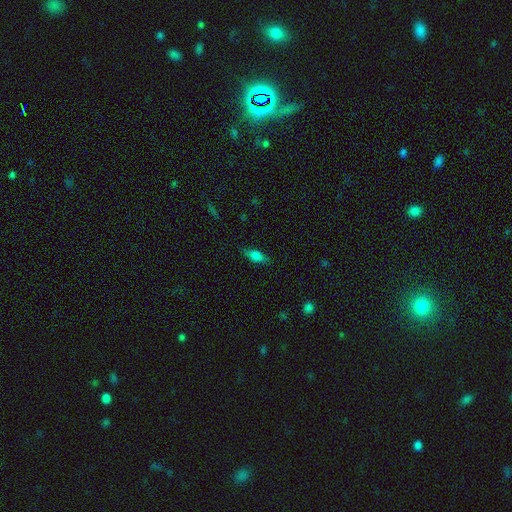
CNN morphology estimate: Q: Smooth or featured?
A: smooth (68%); runner-up: featured or disk (22%)
Q: How rounded?
A: in between (69%); runner-up: cigar-shaped (26%)
Q: Merging?
A: none (82%); runner-up: minor disturbance (14%)